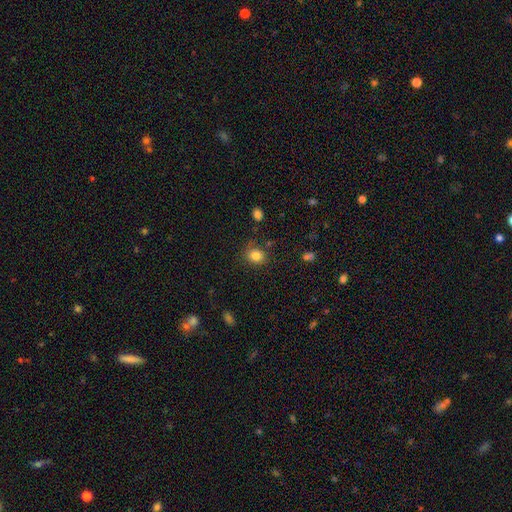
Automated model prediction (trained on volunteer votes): A smooth galaxy with no disk features (83%) that is round (63%).

Vote fractions:
- Smooth or featured? smooth: 83% / star or artifact: 11% / featured or disk: 6%
- How rounded? round: 63% / in between: 36% / cigar-shaped: 1%
- Merging? none: 76% / minor disturbance: 16% / major disturbance: 5% / merger: 3%